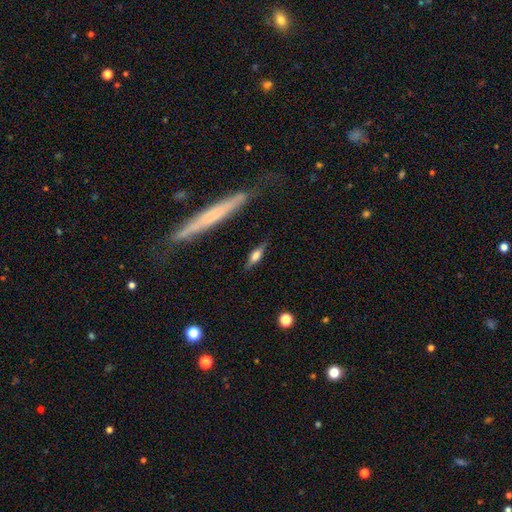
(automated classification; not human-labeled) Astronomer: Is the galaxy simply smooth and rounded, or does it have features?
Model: smooth — 52% (runner-up: featured or disk, 40%).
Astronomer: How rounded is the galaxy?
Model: cigar-shaped — 52% (runner-up: in between, 44%).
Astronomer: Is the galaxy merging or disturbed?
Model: none — 79%.